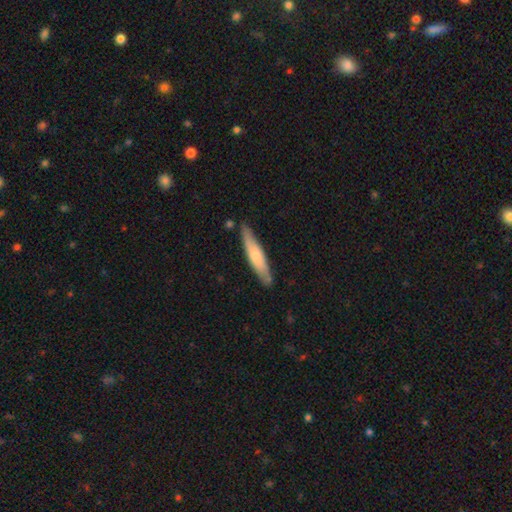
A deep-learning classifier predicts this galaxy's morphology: Smooth or featured? Predicted: smooth (p=0.60). How rounded? Predicted: cigar-shaped (p=0.86). Merging? Predicted: none (p=0.83).